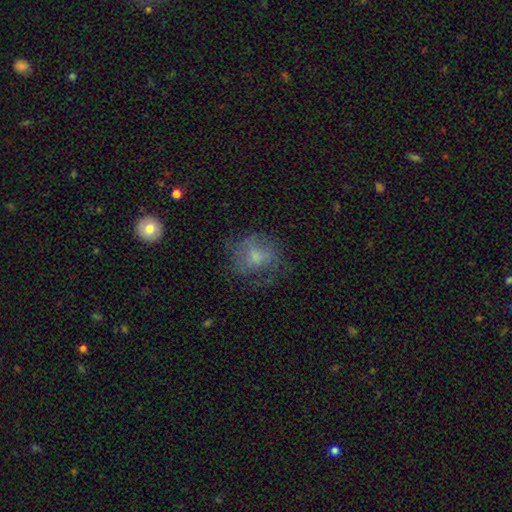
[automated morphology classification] smooth-or-featured: smooth: 51% | featured or disk: 38% | star or artifact: 11%
  how-rounded: round: 69% | in between: 30% | cigar-shaped: 1%
  merging: none: 55% | minor disturbance: 22% | major disturbance: 21% | merger: 2%